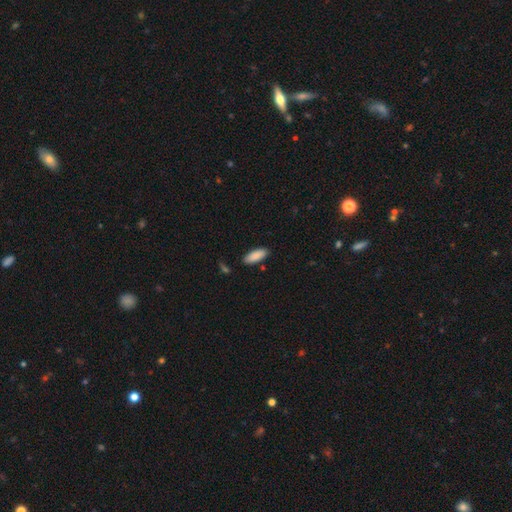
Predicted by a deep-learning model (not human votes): Morphology: type=smooth (89%); roundness=in between (72%); merging=none (85%).